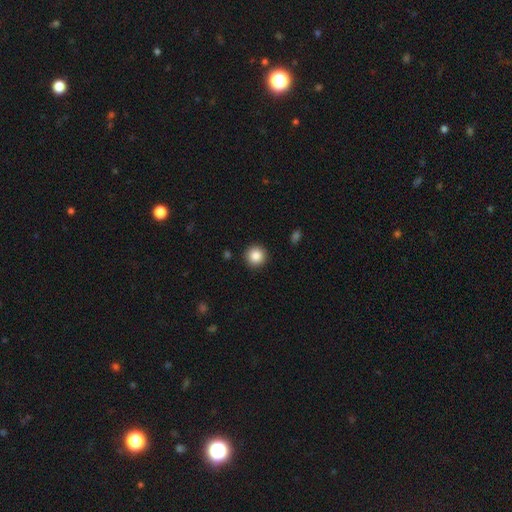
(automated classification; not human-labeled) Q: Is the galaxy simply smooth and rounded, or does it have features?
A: smooth — 87%.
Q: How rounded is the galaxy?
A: round — 95%.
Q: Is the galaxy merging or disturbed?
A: none — 92%.